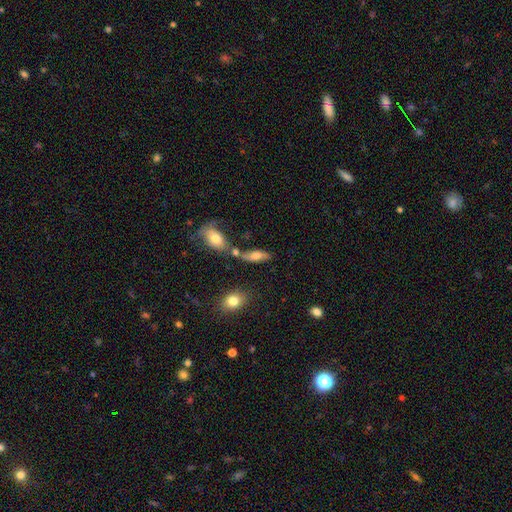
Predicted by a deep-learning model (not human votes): This is likely a smooth galaxy (61%). How rounded: likely in between (68%). Merging: possibly none (54%).